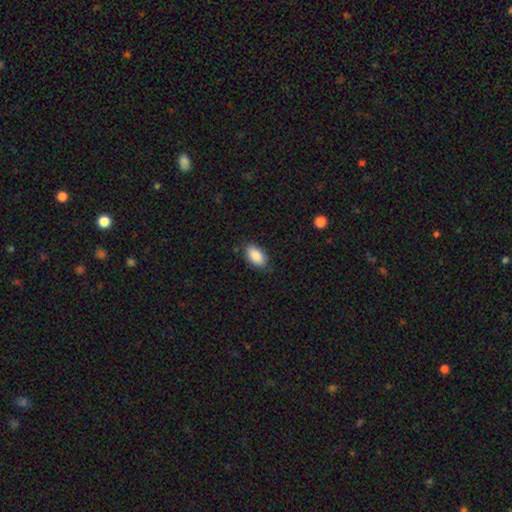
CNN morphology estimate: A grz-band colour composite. It shows a smooth galaxy with no disk features (89%) that is in between round and cigar-shaped (94%). Merging: none (85%).